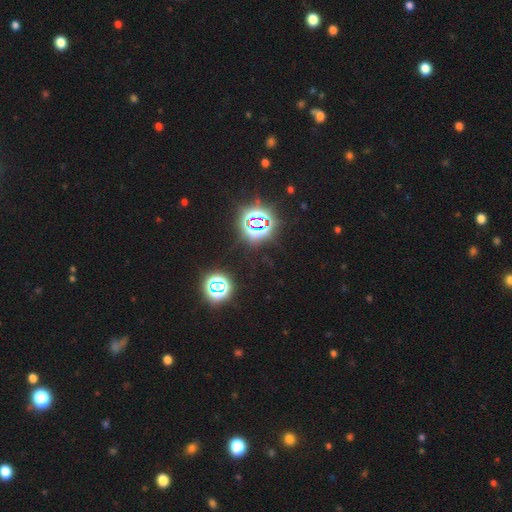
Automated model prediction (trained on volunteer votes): Morphology: type=star or artifact (80%).